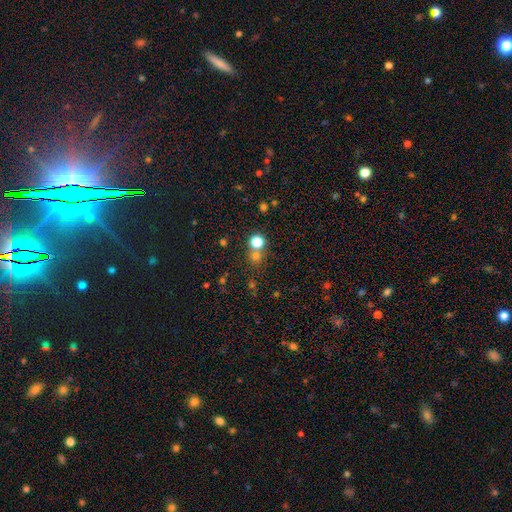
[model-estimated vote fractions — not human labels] Smooth or featured? smooth (72%)
How rounded? round (89%)
Merging? none (62%)